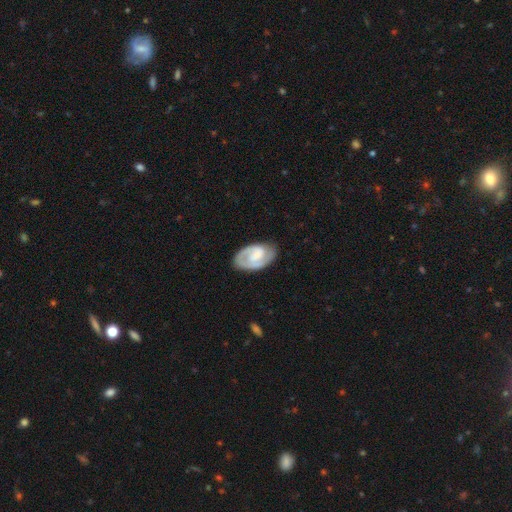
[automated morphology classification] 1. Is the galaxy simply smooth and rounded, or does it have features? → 68% featured or disk, 27% smooth, 5% star or artifact.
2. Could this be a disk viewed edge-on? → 97% no, 3% yes.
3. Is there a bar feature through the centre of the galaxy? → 47% no, 41% weak, 12% strong.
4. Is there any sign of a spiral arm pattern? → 86% yes, 14% no.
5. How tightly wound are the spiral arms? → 53% tight, 36% medium, 12% loose.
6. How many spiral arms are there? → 52% 2, 31% 1, 13% can't tell, 2% 3, 1% 4, 1% more than 4.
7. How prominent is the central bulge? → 35% none, 25% small, 22% moderate, 16% large, 3% dominant.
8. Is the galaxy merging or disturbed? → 73% none, 18% minor disturbance, 7% major disturbance, 2% merger.